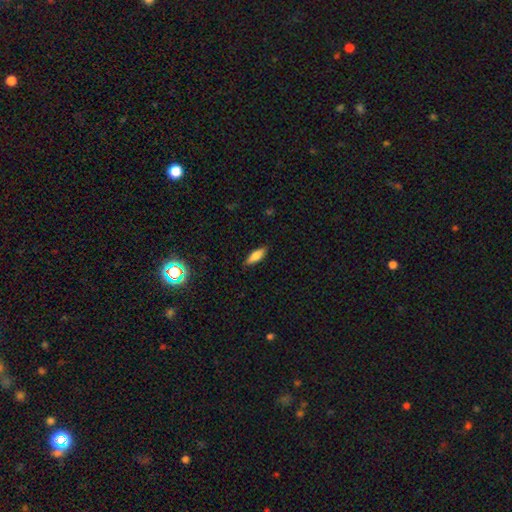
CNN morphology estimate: Smooth or featured?
  - smooth: 76% *
  - featured or disk: 16%
  - star or artifact: 8%
How rounded?
  - in between: 60% *
  - cigar-shaped: 38%
  - round: 2%
Merging?
  - none: 86% *
  - minor disturbance: 11%
  - major disturbance: 2%
  - merger: 1%